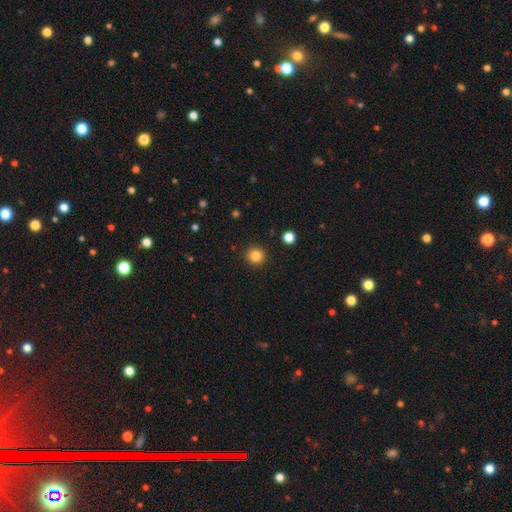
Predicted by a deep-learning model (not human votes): Q: Smooth or featured?
A: smooth (84%); runner-up: star or artifact (12%)
Q: How rounded?
A: round (93%); runner-up: in between (6%)
Q: Merging?
A: none (91%); runner-up: minor disturbance (5%)